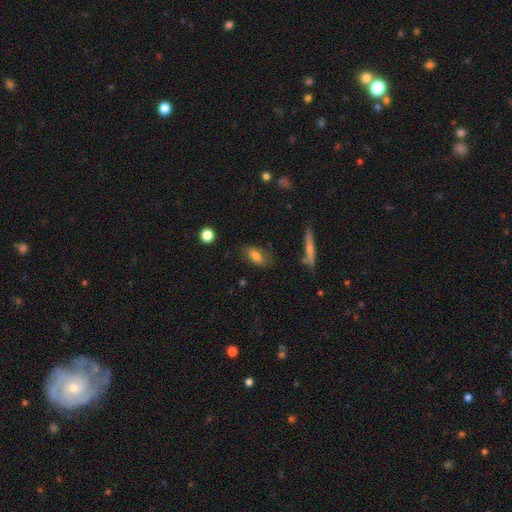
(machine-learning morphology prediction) Smooth or featured? smooth (75%)
How rounded? in between (80%)
Merging? none (74%)